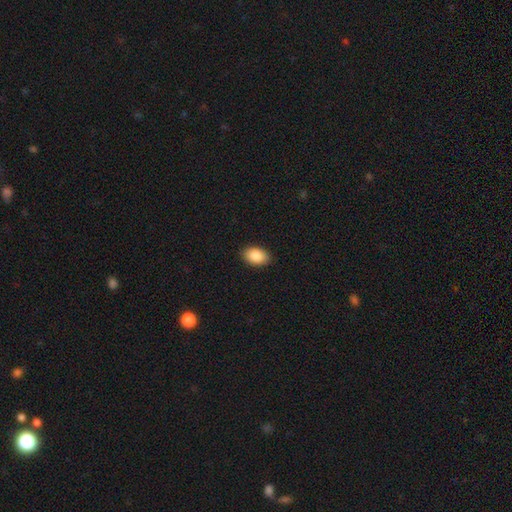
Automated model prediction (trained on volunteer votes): This appears to be a smooth galaxy with no disk features (88%) that is in between round and cigar-shaped (88%). Merging: none (89%).